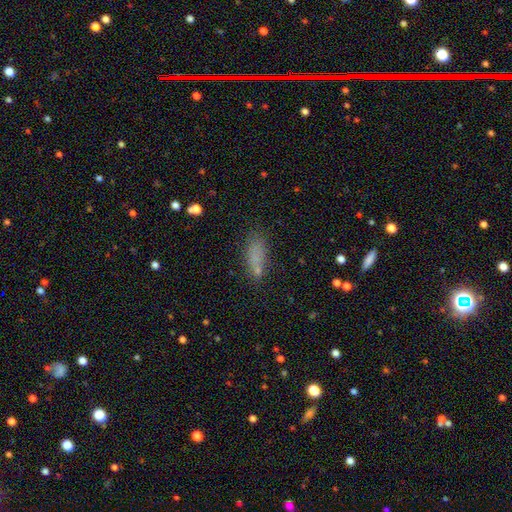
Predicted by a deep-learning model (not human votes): Smooth or featured? Predicted: smooth (p=0.71). How rounded? Predicted: in between (p=0.66). Merging? Predicted: none (p=0.60).